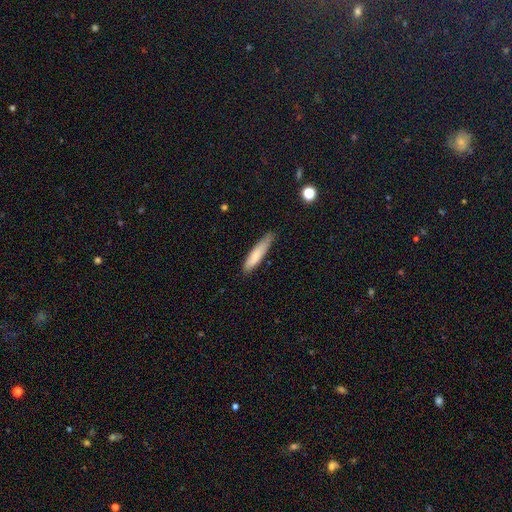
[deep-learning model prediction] Smooth or featured? Predicted: smooth (p=0.80). How rounded? Predicted: cigar-shaped (p=0.85). Merging? Predicted: none (p=0.72).